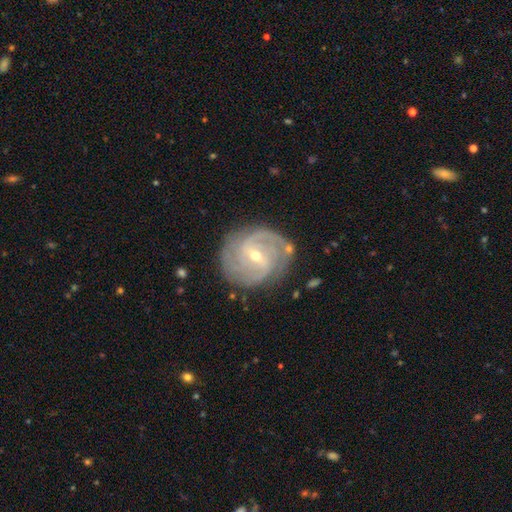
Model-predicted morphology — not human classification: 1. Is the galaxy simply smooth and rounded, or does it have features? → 89% featured or disk, 6% smooth, 5% star or artifact.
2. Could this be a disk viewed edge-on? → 97% no, 3% yes.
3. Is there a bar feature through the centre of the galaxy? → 54% weak, 24% strong, 22% no.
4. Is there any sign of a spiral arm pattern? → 97% yes, 3% no.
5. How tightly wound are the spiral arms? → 55% tight, 38% medium, 7% loose.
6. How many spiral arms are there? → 34% 2, 29% 3, 15% can't tell, 13% 4, 5% more than 4, 5% 1.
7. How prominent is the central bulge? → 61% small, 36% moderate, 1% large, 1% none, 1% dominant.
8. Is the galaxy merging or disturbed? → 78% none, 15% minor disturbance, 5% major disturbance, 2% merger.